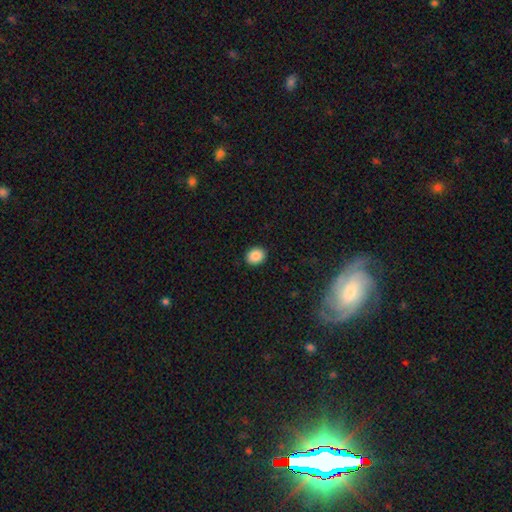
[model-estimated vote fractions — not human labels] Smooth or featured? Predicted: smooth (p=0.89). How rounded? Predicted: round (p=0.50). Merging? Predicted: none (p=0.90).